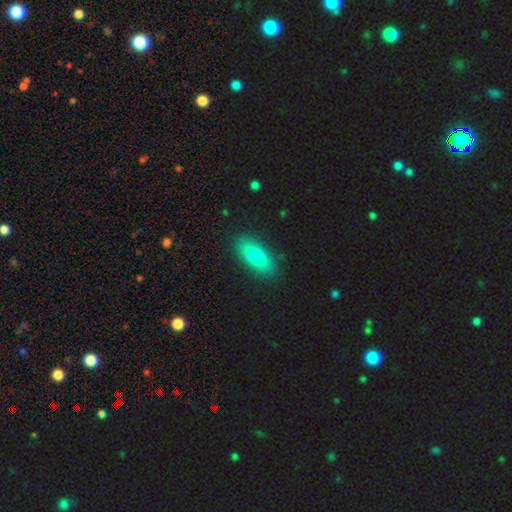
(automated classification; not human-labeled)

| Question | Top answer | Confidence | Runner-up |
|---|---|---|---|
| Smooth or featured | smooth | 80% | featured or disk (13%) |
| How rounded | in between | 75% | cigar-shaped (22%) |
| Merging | none | 86% | minor disturbance (10%) |